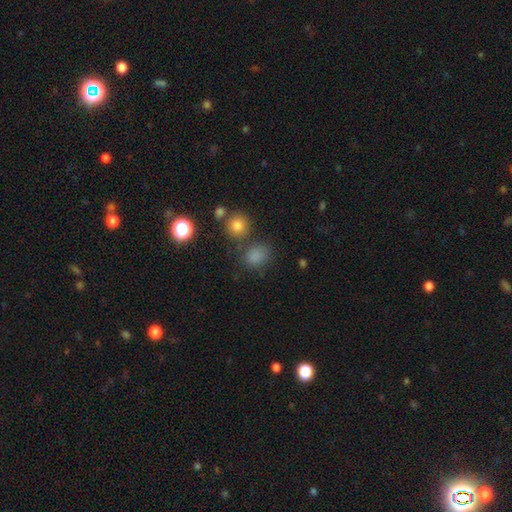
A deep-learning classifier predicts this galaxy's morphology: This appears to be a smooth galaxy with no disk features (80%) that is round (61%). Merging: none (68%).